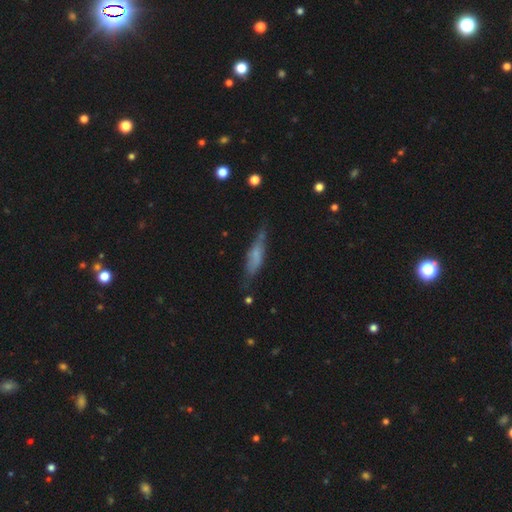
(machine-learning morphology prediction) The model was most divided on "smooth or featured": smooth: 50%, featured or disk: 41%, star or artifact: 9%. More confident: merging — none (65%).